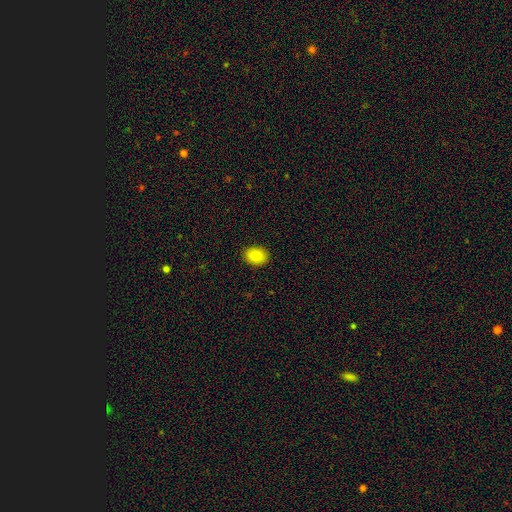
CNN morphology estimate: A smooth galaxy with no disk features (83%) that is in between round and cigar-shaped (62%). Merging: none (91%).